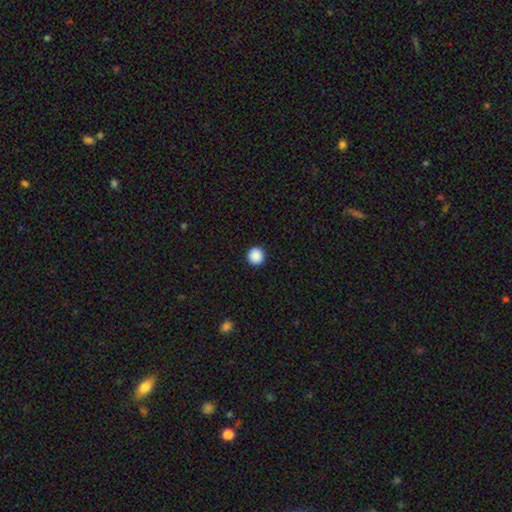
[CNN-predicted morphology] smooth 89%, star or artifact 9%, featured or disk 2%. Down the decision tree: how rounded — round (96%); merging — none (94%).